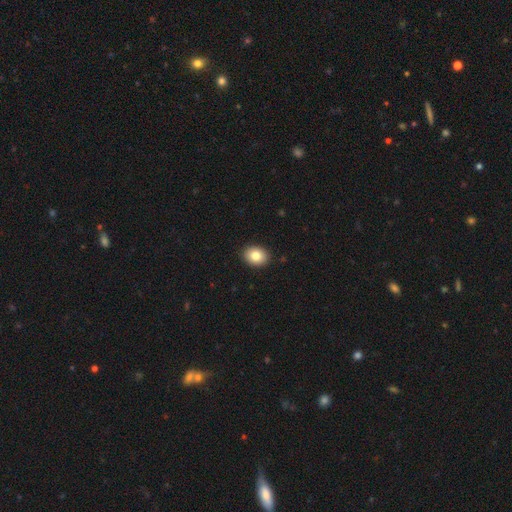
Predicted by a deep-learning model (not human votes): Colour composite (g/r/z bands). It shows a smooth galaxy with no disk features (83%) that is in between round and cigar-shaped (59%). Merging: none (91%).